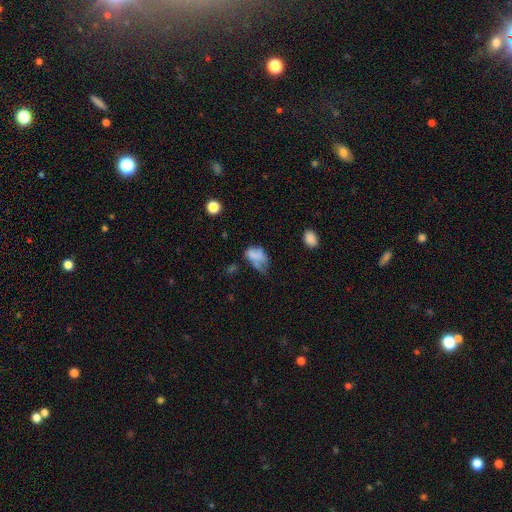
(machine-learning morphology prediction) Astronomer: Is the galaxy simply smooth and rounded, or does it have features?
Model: smooth — 68%.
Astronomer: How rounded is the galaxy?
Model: in between — 84%.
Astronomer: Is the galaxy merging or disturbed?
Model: minor disturbance — 35% (runner-up: major disturbance, 34%).